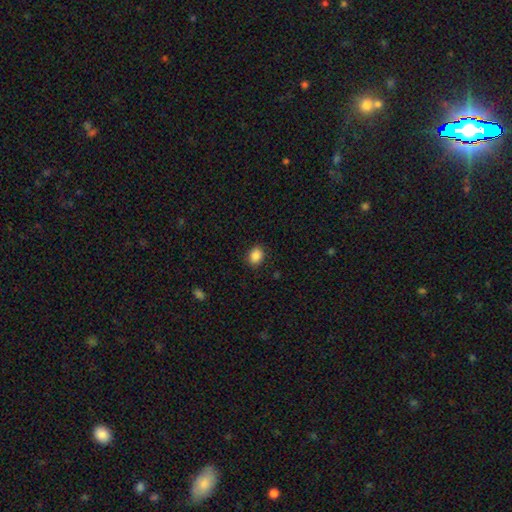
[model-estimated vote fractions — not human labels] This is clearly a smooth galaxy (87%). How rounded: possibly in between (56%). Merging: clearly none (88%).